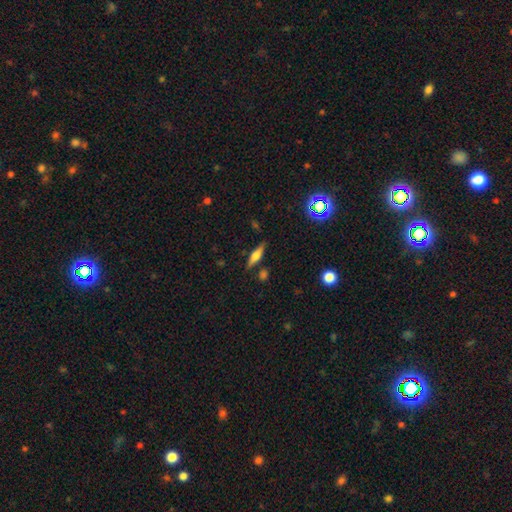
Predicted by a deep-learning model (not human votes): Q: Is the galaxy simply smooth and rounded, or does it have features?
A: featured or disk — 52%.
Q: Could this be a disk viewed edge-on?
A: yes — 95%.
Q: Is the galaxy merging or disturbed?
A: none — 83%.